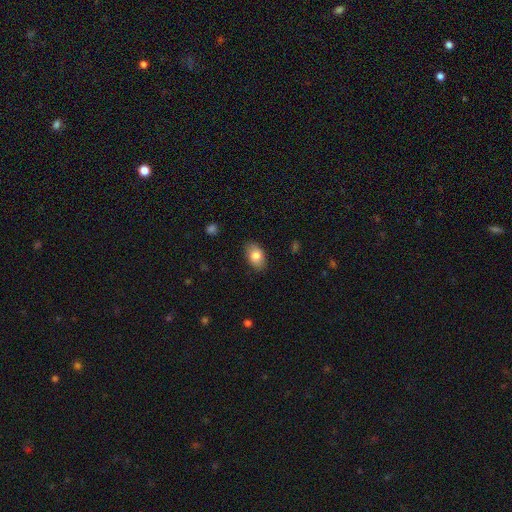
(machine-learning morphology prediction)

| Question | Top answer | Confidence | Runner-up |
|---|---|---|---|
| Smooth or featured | smooth | 83% | featured or disk (10%) |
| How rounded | in between | 89% | round (9%) |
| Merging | none | 84% | minor disturbance (12%) |